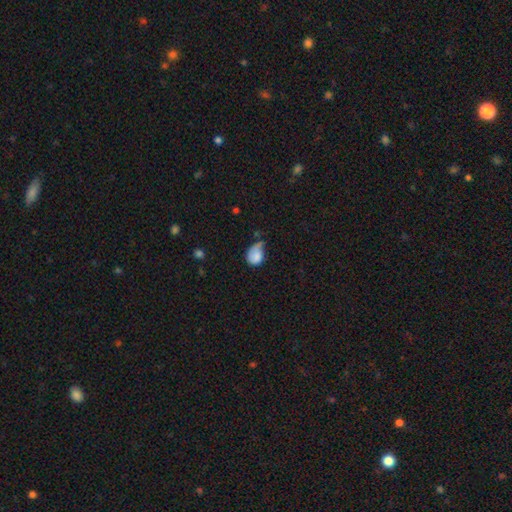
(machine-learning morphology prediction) A smooth galaxy with no disk features (73%) that is in between round and cigar-shaped (65%).

Vote fractions:
- Smooth or featured? smooth: 73% / featured or disk: 19% / star or artifact: 7%
- How rounded? in between: 65% / round: 34% / cigar-shaped: 1%
- Merging? minor disturbance: 38% / major disturbance: 33% / none: 23% / merger: 5%